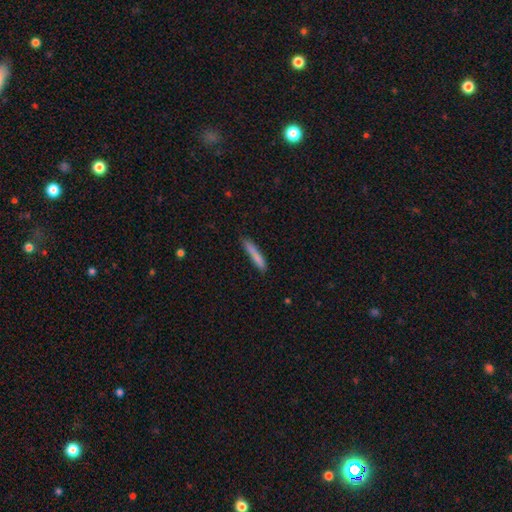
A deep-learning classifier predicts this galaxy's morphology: Smooth or featured?
  - smooth: 81% *
  - featured or disk: 12%
  - star or artifact: 6%
How rounded?
  - cigar-shaped: 93% *
  - in between: 6%
  - round: 1%
Merging?
  - none: 79% *
  - minor disturbance: 16%
  - major disturbance: 3%
  - merger: 2%